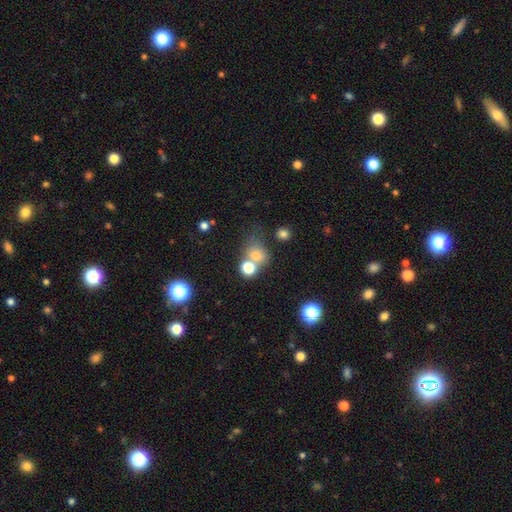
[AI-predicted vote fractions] Overall: smooth (71%). How rounded: round (61%; in between 37%). Merging: none (42%; merger 35%).